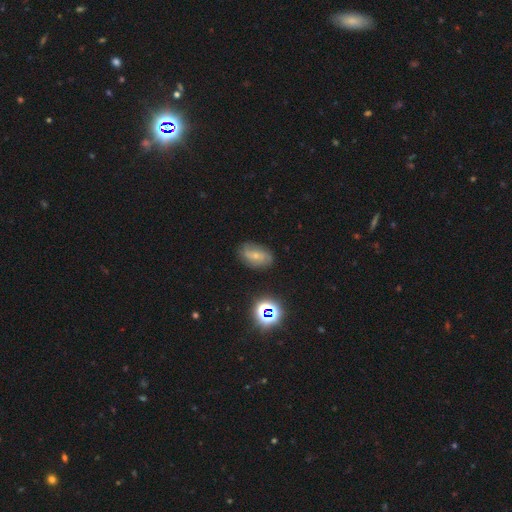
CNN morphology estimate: Q: Smooth or featured?
A: featured or disk (52%); runner-up: smooth (35%)
Q: Edge-on disk?
A: no (94%); runner-up: yes (6%)
Q: Merging?
A: none (76%); runner-up: minor disturbance (18%)